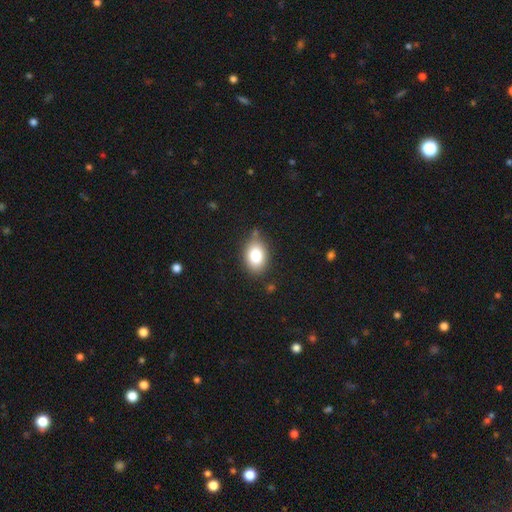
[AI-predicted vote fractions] A smooth galaxy with no disk features (83%) that is in between round and cigar-shaped (81%). Merging: none (78%).